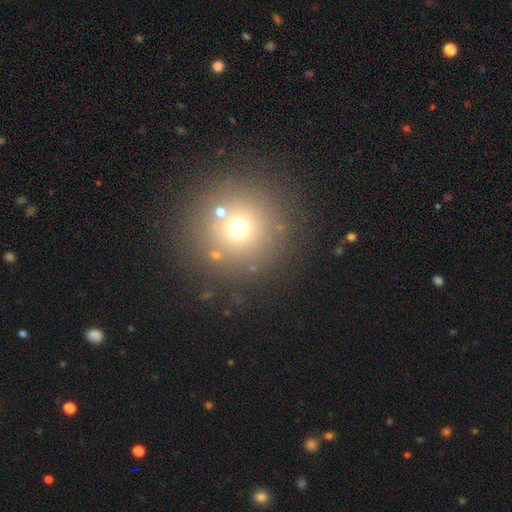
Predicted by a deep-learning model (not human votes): Morphology: type=smooth (63%); roundness=round (95%); merging=none (82%).